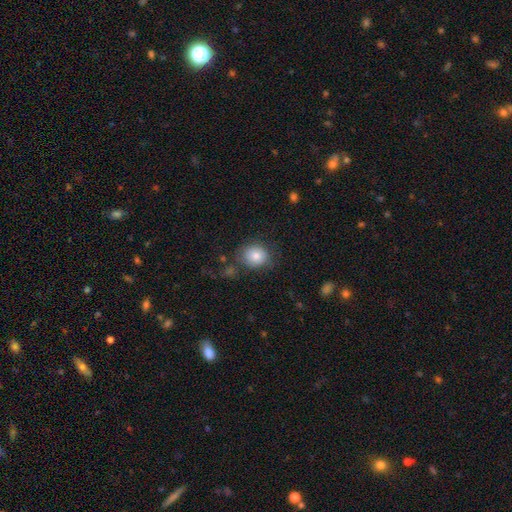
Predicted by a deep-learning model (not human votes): The model was most divided on "how rounded": round: 76%, in between: 23%, cigar-shaped: 1%. More confident: smooth or featured — smooth (82%); merging — none (71%).